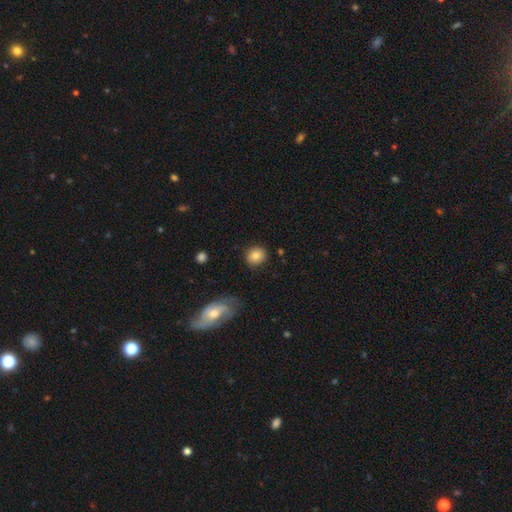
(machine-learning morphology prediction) smooth_or_featured: smooth (p=0.83) [alt: star or artifact p=0.08]
how_rounded: round (p=0.78) [alt: in between p=0.21]
merging: none (p=0.86) [alt: minor disturbance p=0.09]